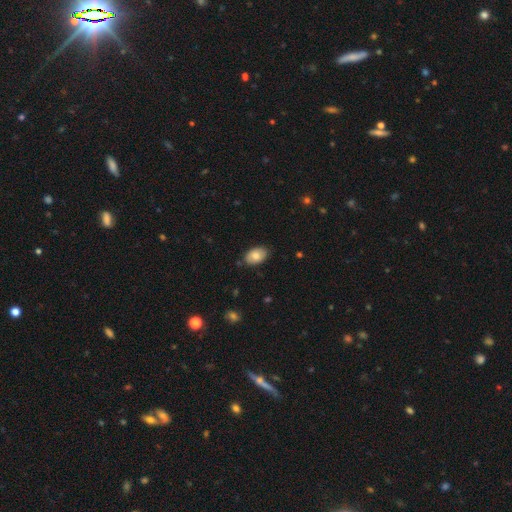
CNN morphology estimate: smooth-or-featured: smooth: 80% | featured or disk: 13% | star or artifact: 7%
  how-rounded: in between: 90% | round: 9% | cigar-shaped: 1%
  merging: none: 82% | minor disturbance: 14% | major disturbance: 2% | merger: 1%